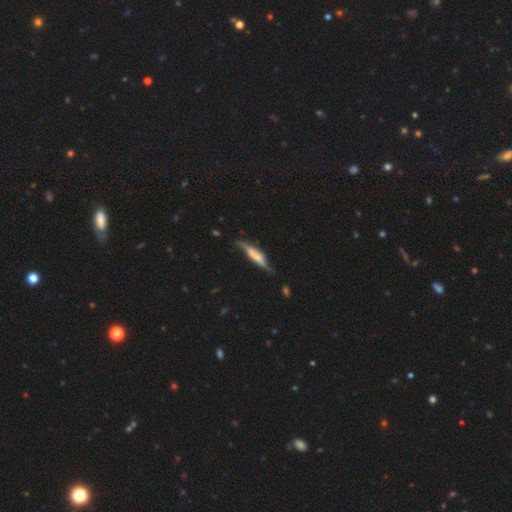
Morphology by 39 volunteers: Volunteers were most divided on "smooth or featured": featured or disk: 46%, smooth: 44%, star or artifact: 10%. More confident: edge-on disk — yes (72%); merging — none (54%); edge-on bulge — boxy (54%).